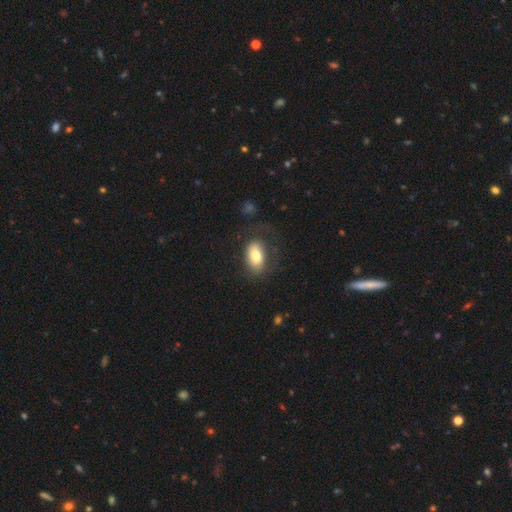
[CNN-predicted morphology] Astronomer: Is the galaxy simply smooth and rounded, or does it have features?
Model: smooth — 74%.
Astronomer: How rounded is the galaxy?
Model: in between — 89%.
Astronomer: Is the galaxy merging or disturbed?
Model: none — 61%.